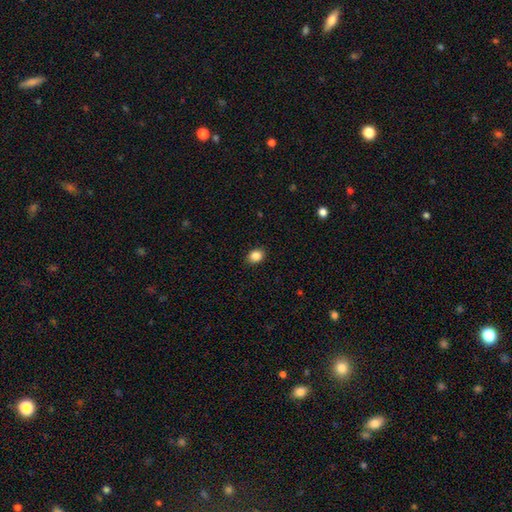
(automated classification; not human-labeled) This is clearly a smooth galaxy (86%). How rounded: possibly in between (56%). Merging: clearly none (89%).